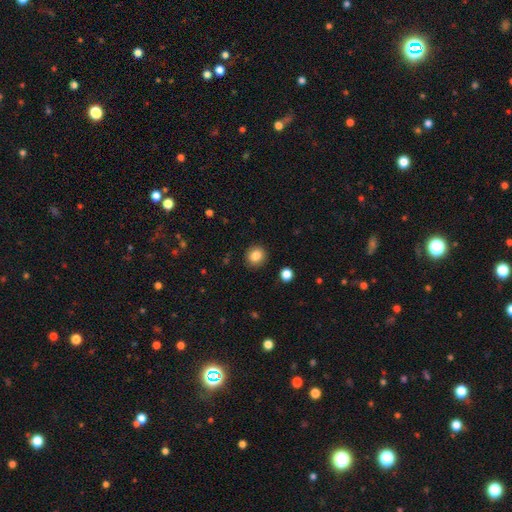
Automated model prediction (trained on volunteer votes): Morphology: type=smooth (85%); roundness=round (85%); merging=none (90%).